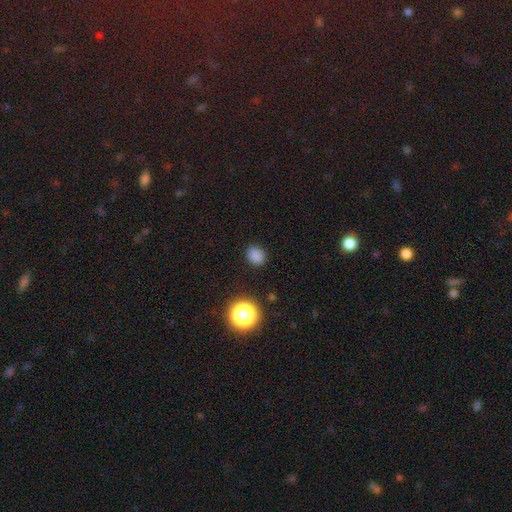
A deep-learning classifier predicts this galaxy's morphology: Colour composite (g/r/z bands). It shows a smooth galaxy with no disk features (81%) that is round (59%). Merging: none (85%).